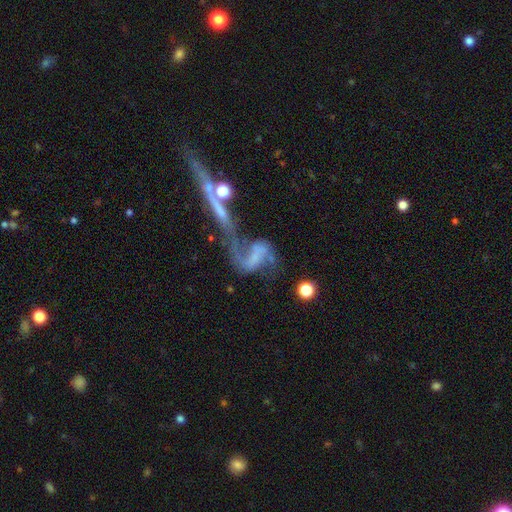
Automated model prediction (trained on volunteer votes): featured or disk 68%, smooth 21%, star or artifact 12%. Down the decision tree: edge-on disk — no (93%); bar — no (45%); spiral arms — yes (77%); bulge size — none (63%); merging — merger (37%).